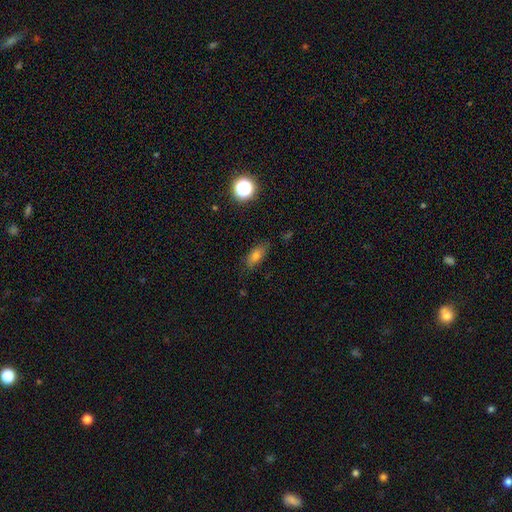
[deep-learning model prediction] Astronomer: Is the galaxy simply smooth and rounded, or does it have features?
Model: smooth — 72%.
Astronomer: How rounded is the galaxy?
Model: in between — 78%.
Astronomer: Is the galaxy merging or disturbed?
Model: none — 78%.